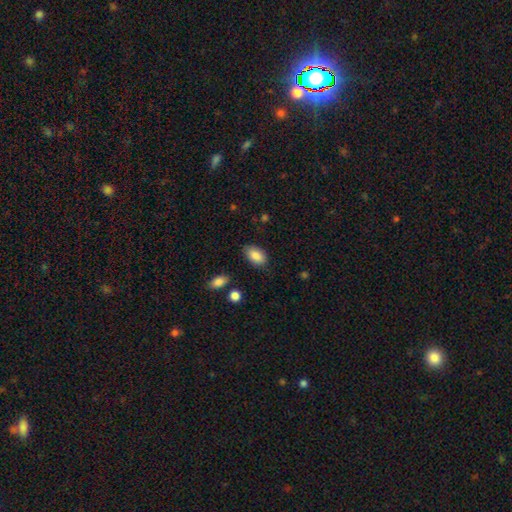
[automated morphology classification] smooth 87%, star or artifact 7%, featured or disk 6%. Down the decision tree: how rounded — in between (91%); merging — none (83%).